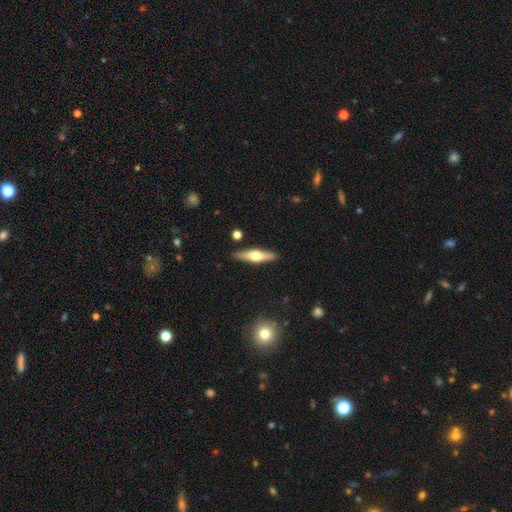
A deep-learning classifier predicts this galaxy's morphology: The model was most divided on "smooth or featured": featured or disk: 58%, smooth: 36%, star or artifact: 6%. More confident: edge-on disk — yes (95%); edge-on bulge — rounded (92%); merging — none (88%).